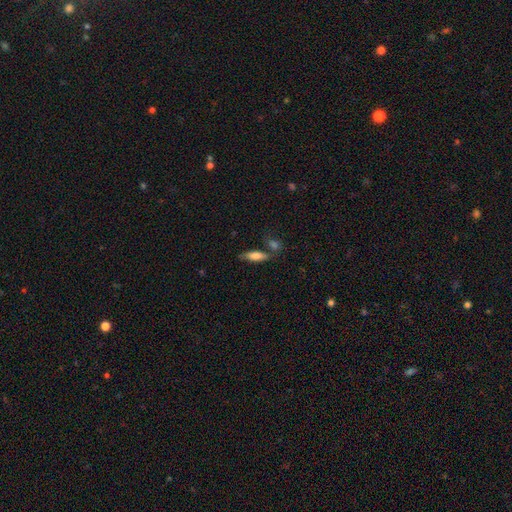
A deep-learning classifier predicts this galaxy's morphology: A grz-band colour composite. It shows a smooth galaxy with no disk features (72%) that is in between round and cigar-shaped (51%). Merging: none (63%).